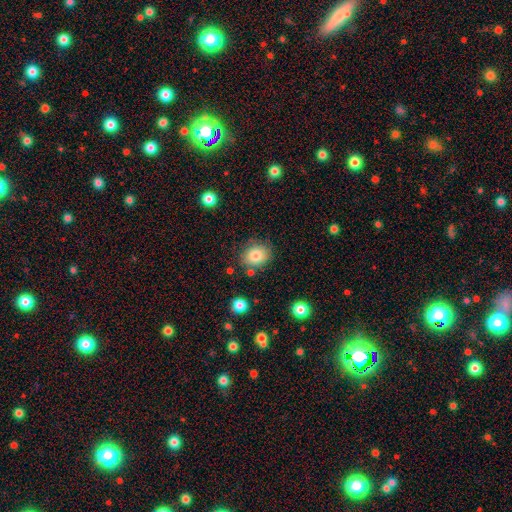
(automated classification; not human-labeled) The model was most divided on "how rounded": round: 68%, in between: 31%, cigar-shaped: 1%. More confident: smooth or featured — smooth (81%); merging — none (77%).